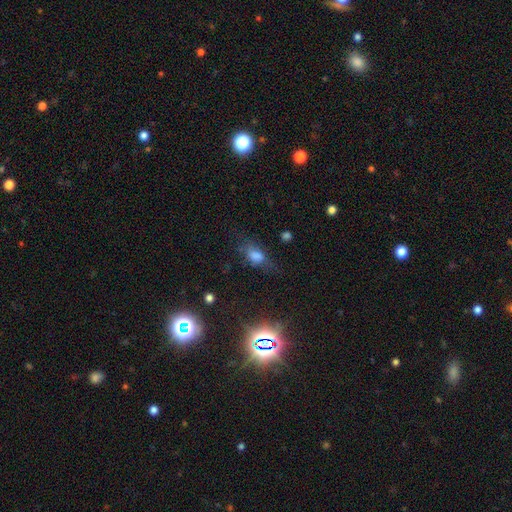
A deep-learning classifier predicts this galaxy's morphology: The model was most divided on "merging": none: 50%, minor disturbance: 26%, major disturbance: 20%, merger: 4%. More confident: how rounded — in between (78%); smooth or featured — smooth (66%).